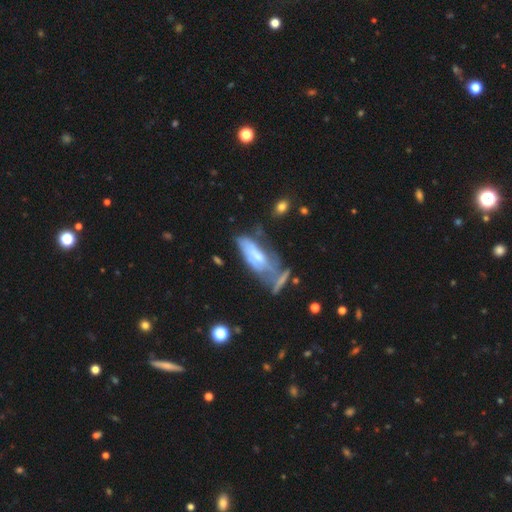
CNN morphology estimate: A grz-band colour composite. It shows a featured or disk galaxy (52%). Merging: none (28%).